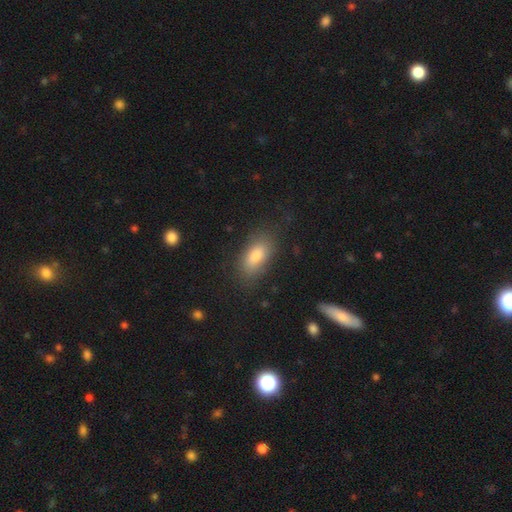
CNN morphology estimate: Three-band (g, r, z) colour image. It shows a smooth galaxy with no disk features (81%) that is in between round and cigar-shaped (86%). Merging: none (78%).